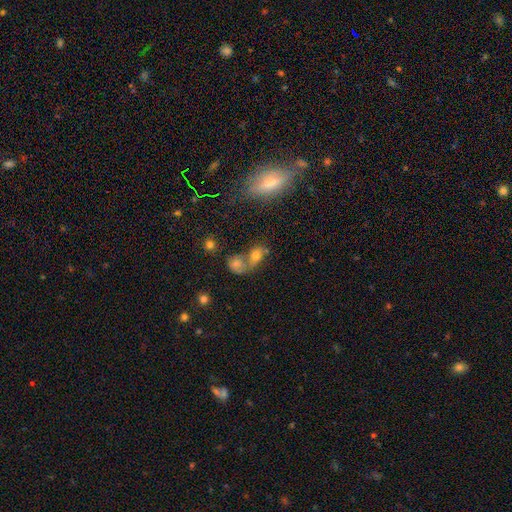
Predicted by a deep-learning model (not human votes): Smooth or featured: smooth — 62% (featured or disk — 20%)
How rounded: in between — 62% (round — 32%)
Merging: merger — 50% (none — 33%)